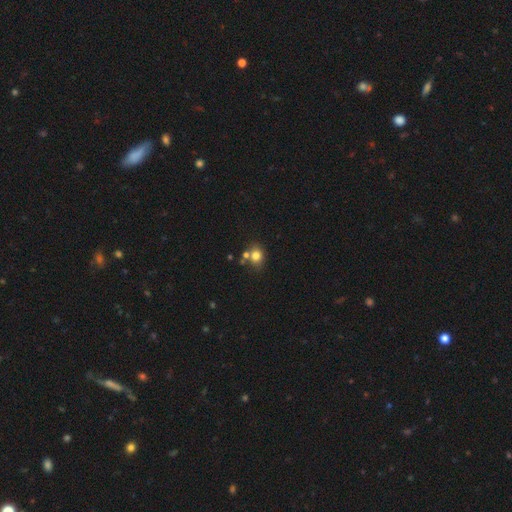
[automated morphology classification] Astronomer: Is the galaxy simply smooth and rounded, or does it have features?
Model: smooth — 77%.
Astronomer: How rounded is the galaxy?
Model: round — 62% (runner-up: in between, 37%).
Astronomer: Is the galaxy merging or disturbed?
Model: none — 57%.